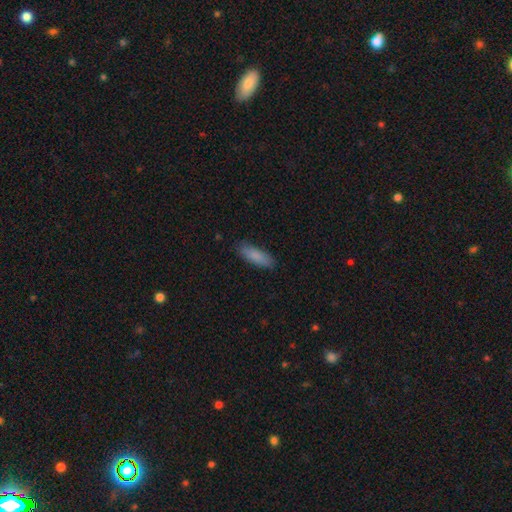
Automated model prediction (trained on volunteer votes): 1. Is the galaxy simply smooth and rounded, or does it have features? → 87% smooth, 7% featured or disk, 6% star or artifact.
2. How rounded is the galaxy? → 57% in between, 41% cigar-shaped, 2% round.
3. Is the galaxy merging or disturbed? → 85% none, 11% minor disturbance, 2% major disturbance, 1% merger.